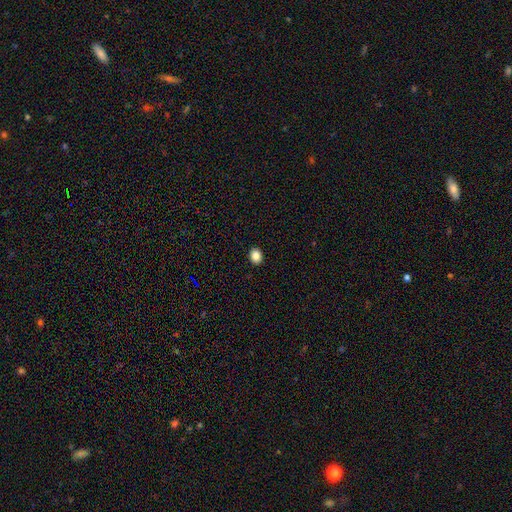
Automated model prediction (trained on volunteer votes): This appears to be a smooth galaxy with no disk features (85%) that is in between round and cigar-shaped (52%). Merging: none (92%).